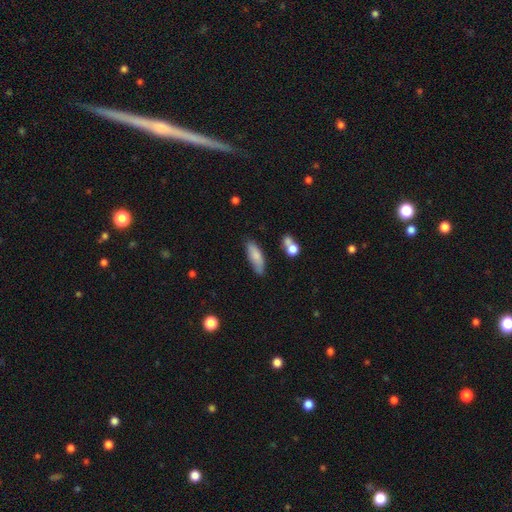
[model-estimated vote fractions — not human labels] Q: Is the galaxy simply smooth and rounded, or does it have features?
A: smooth — 79%.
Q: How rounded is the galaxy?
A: in between — 56%.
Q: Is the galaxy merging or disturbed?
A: none — 70%.